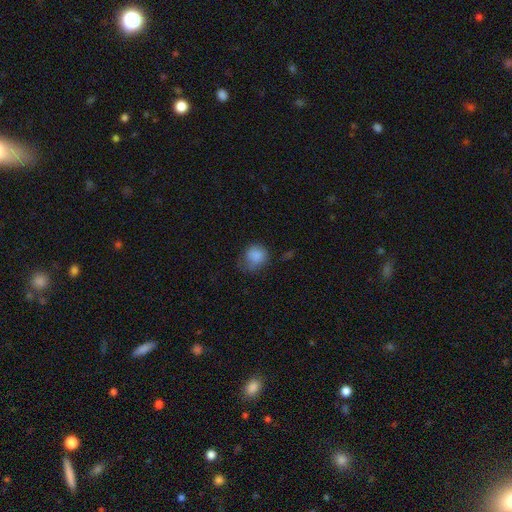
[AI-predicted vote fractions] Q: Smooth or featured?
A: smooth (84%); runner-up: star or artifact (9%)
Q: How rounded?
A: round (73%); runner-up: in between (26%)
Q: Merging?
A: none (48%); runner-up: minor disturbance (34%)